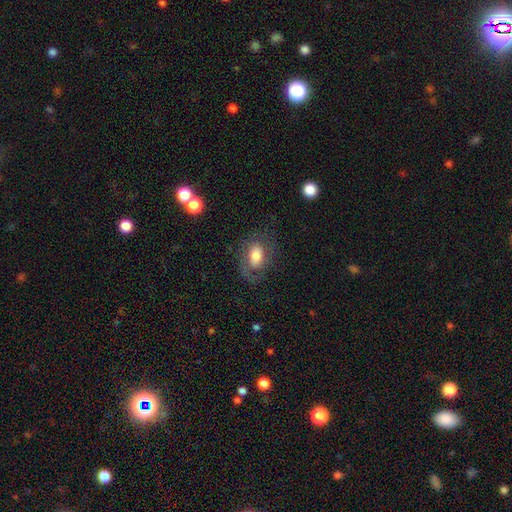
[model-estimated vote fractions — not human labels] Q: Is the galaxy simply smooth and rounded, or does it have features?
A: smooth — 53%.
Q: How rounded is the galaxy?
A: in between — 82%.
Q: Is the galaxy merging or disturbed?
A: none — 63%.